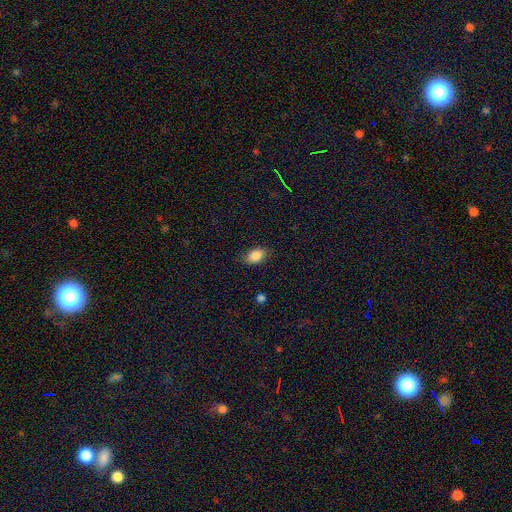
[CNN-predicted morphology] A smooth galaxy with no disk features (86%) that is in between round and cigar-shaped (88%). Merging: none (83%).